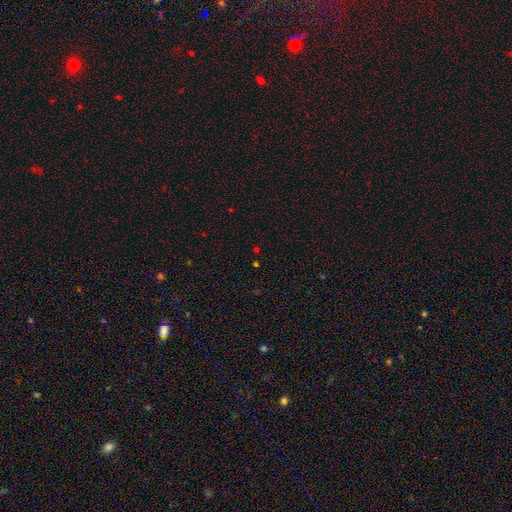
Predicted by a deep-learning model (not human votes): Smooth or featured: star or artifact — 58% (smooth — 35%)